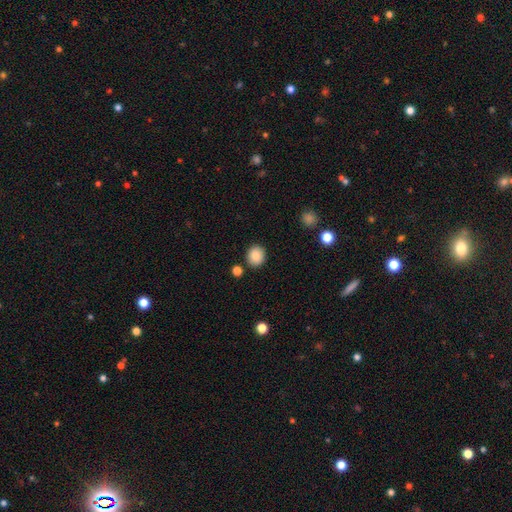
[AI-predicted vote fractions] Smooth or featured? Predicted: smooth (p=0.85). How rounded? Predicted: round (p=0.81). Merging? Predicted: none (p=0.88).